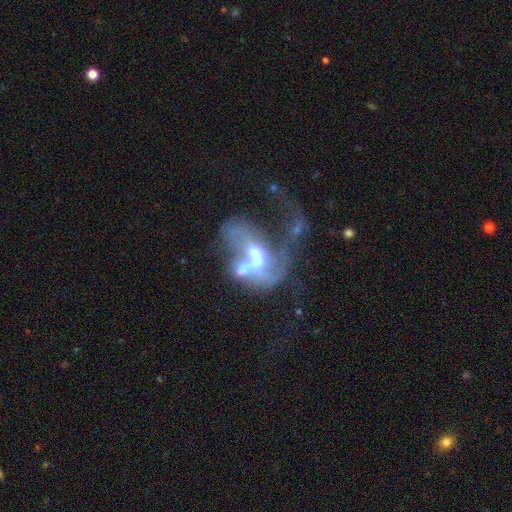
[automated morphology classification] type=featured or disk (69%); edge-on=no (96%); bar=no (66%); spiral arms=no (52%); bulge=moderate (61%); merging=merger (53%).